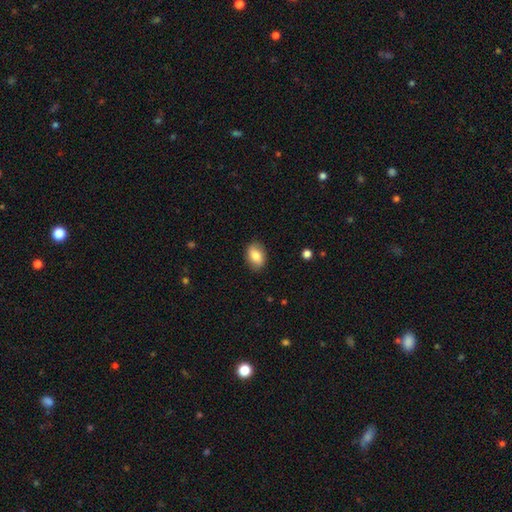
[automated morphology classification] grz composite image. It shows a smooth galaxy with no disk features (79%) that is in between round and cigar-shaped (82%). Merging: none (85%).